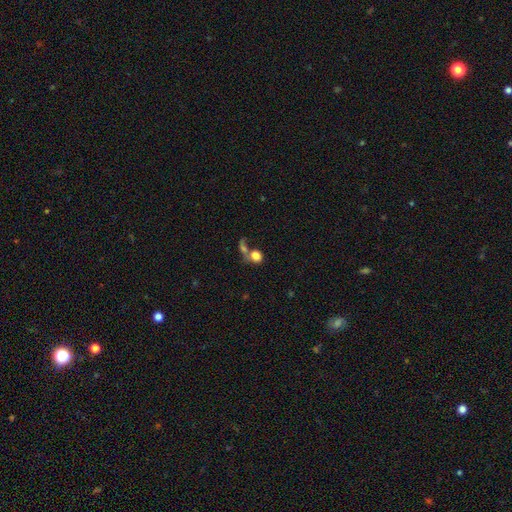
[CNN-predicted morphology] smooth-or-featured: smooth: 75% | featured or disk: 15% | star or artifact: 11%
  how-rounded: round: 73% | in between: 25% | cigar-shaped: 2%
  merging: merger: 49% | none: 27% | major disturbance: 14% | minor disturbance: 9%